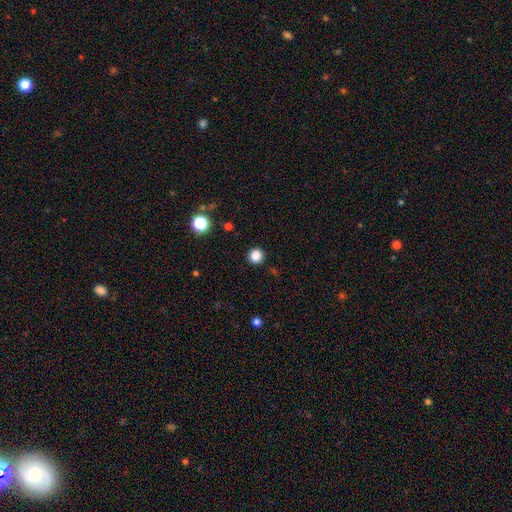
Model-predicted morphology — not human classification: Smooth or featured? Predicted: smooth (p=0.85). How rounded? Predicted: round (p=0.94). Merging? Predicted: none (p=0.92).